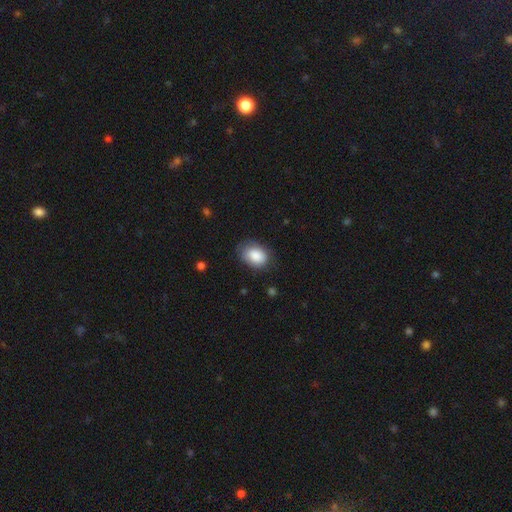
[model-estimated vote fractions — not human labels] smooth_or_featured: smooth (p=0.85) [alt: featured or disk p=0.09]
how_rounded: in between (p=0.81) [alt: round p=0.18]
merging: none (p=0.70) [alt: minor disturbance p=0.22]